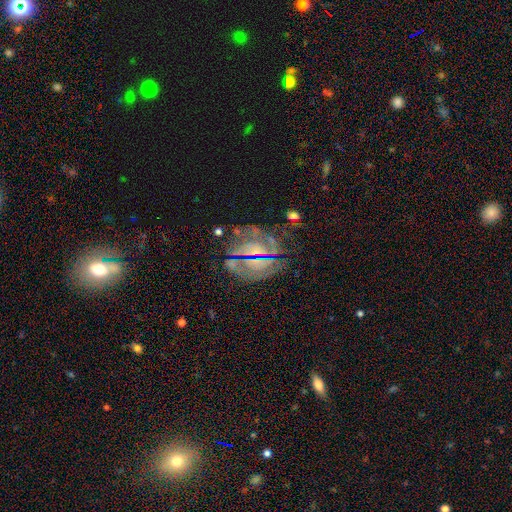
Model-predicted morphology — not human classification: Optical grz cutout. It shows a featured or disk galaxy (70%) with no bar (47%), tight (53%) spiral arms (77%) and a small central bulge (46%). Merging: none (59%).